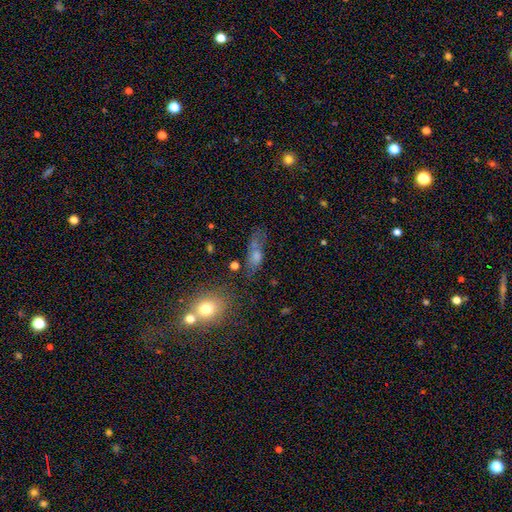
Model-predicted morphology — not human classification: smooth_or_featured: smooth (p=0.50) [alt: featured or disk p=0.27]
merging: none (p=0.48) [alt: minor disturbance p=0.22]